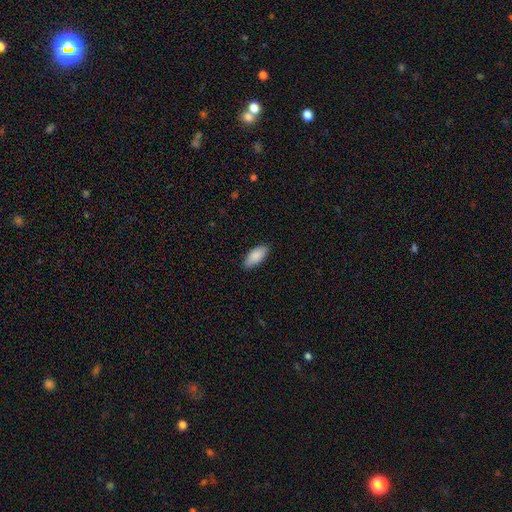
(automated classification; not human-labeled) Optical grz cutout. It shows a smooth galaxy with no disk features (88%) that is in between round and cigar-shaped (90%). Merging: none (84%).